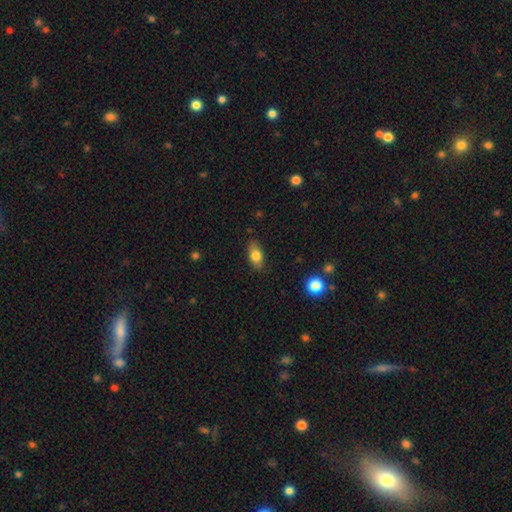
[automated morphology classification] smooth-or-featured: smooth: 78% | featured or disk: 14% | star or artifact: 8%
  how-rounded: in between: 87% | round: 8% | cigar-shaped: 5%
  merging: none: 82% | minor disturbance: 14% | major disturbance: 3% | merger: 1%